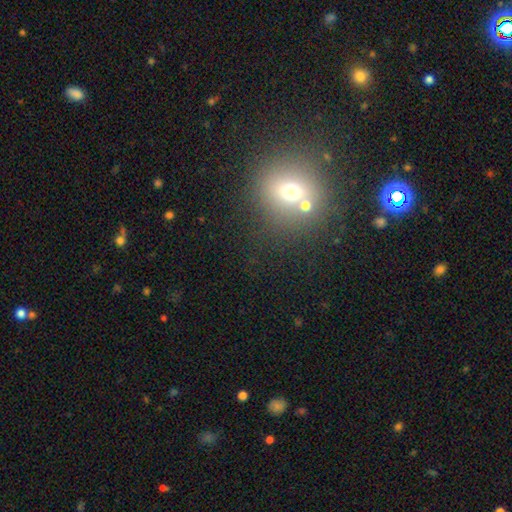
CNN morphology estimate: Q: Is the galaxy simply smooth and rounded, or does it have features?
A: smooth — 49%.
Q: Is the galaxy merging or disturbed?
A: none — 64%.